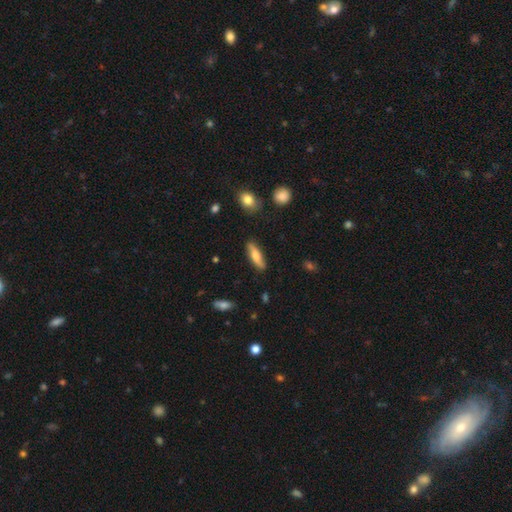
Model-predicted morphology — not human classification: smooth_or_featured: smooth (p=0.64) [alt: featured or disk p=0.30]
how_rounded: cigar-shaped (p=0.59) [alt: in between p=0.38]
merging: none (p=0.85) [alt: minor disturbance p=0.12]